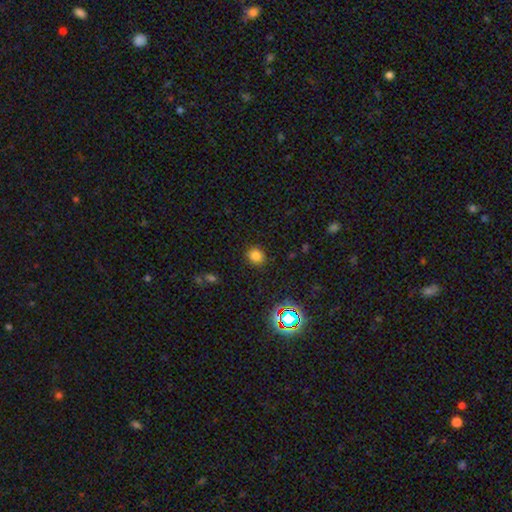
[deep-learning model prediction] This appears to be a smooth galaxy with no disk features (78%) that is round (78%). Merging: none (86%).